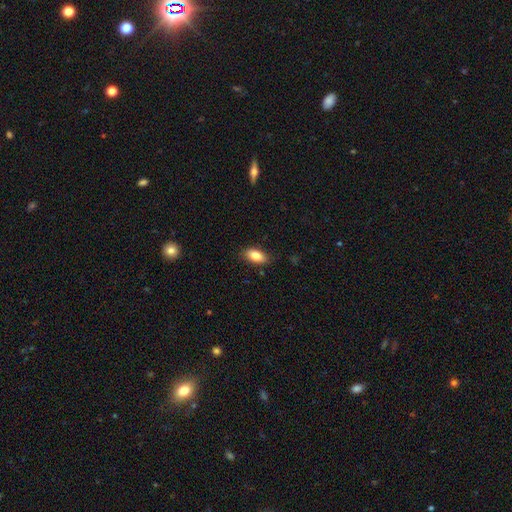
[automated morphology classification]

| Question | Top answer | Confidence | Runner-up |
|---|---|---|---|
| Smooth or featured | smooth | 84% | featured or disk (8%) |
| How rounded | in between | 89% | cigar-shaped (7%) |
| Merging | none | 85% | minor disturbance (11%) |